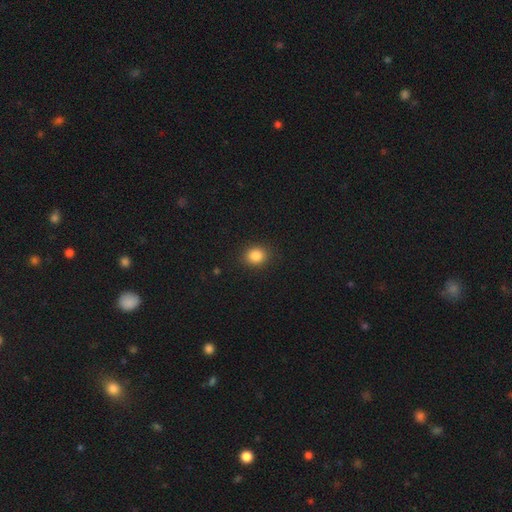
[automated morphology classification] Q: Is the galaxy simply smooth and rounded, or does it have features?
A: smooth — 86%.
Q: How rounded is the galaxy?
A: round — 67%.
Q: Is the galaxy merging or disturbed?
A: none — 89%.